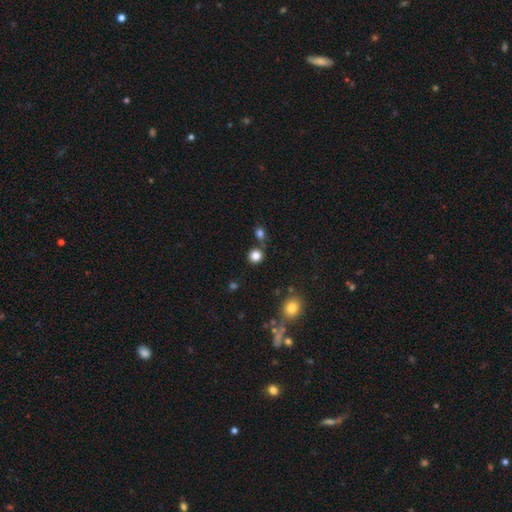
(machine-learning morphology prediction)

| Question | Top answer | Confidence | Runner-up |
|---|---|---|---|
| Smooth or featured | smooth | 83% | star or artifact (13%) |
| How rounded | round | 88% | in between (11%) |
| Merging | none | 77% | merger (11%) |